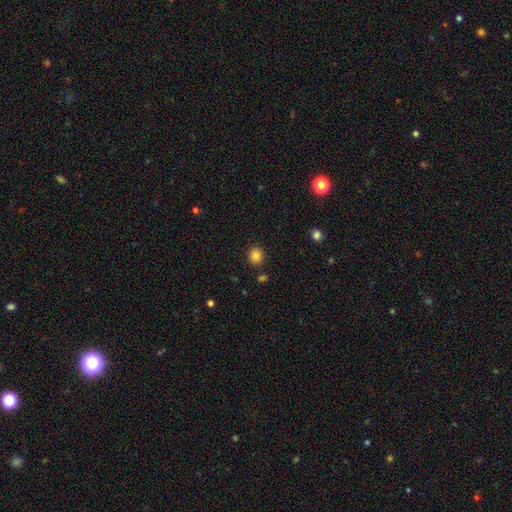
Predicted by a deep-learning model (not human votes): Smooth or featured? smooth (84%)
How rounded? round (84%)
Merging? none (88%)